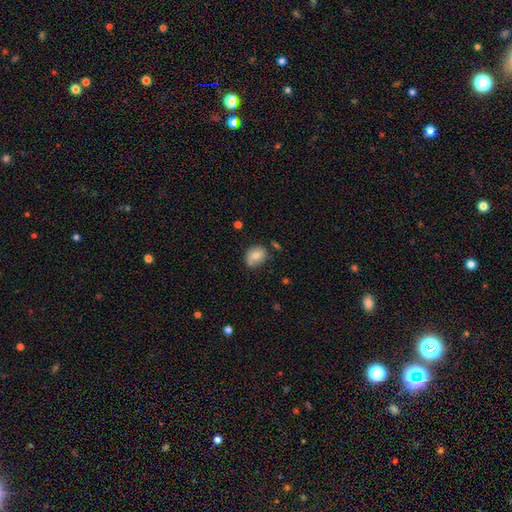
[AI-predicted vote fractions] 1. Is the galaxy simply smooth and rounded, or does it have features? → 75% smooth, 16% featured or disk, 9% star or artifact.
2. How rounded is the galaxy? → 55% in between, 44% round, 1% cigar-shaped.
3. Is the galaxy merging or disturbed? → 66% none, 25% minor disturbance, 5% major disturbance, 4% merger.